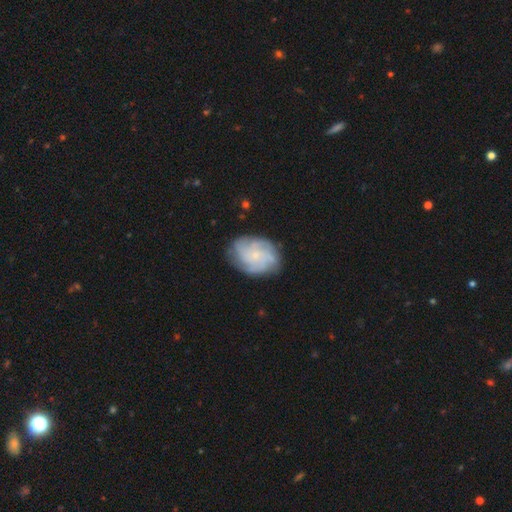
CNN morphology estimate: Q: Smooth or featured?
A: featured or disk (71%); runner-up: smooth (21%)
Q: Edge-on disk?
A: no (98%); runner-up: yes (2%)
Q: Bar?
A: no (80%); runner-up: weak (18%)
Q: Spiral arms?
A: yes (93%); runner-up: no (7%)
Q: Spiral winding?
A: tight (53%); runner-up: medium (35%)
Q: Spiral arm count?
A: 4 (32%); runner-up: can't tell (28%)
Q: Bulge size?
A: small (78%); runner-up: moderate (15%)
Q: Merging?
A: none (77%); runner-up: minor disturbance (16%)